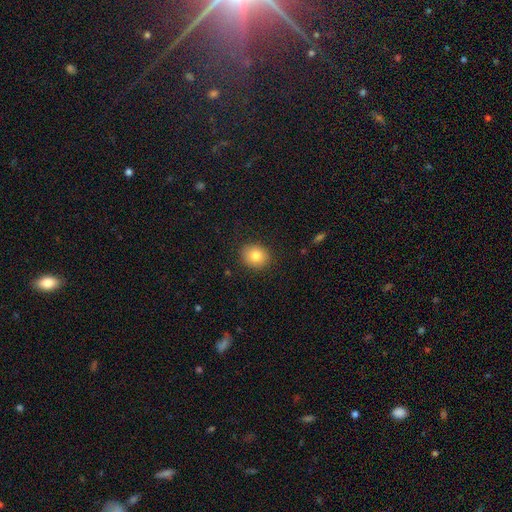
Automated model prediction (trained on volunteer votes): smooth_or_featured: smooth (p=0.81) [alt: star or artifact p=0.10]
how_rounded: round (p=0.71) [alt: in between p=0.29]
merging: none (p=0.89) [alt: minor disturbance p=0.08]